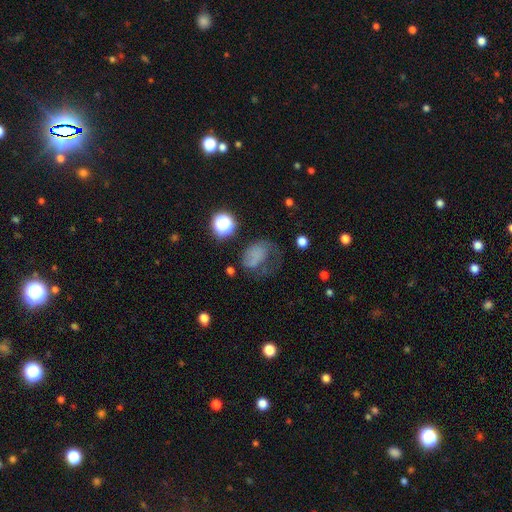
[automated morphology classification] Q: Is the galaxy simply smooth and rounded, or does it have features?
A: smooth — 54%.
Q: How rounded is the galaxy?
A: in between — 64%.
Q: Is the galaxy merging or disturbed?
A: major disturbance — 45%.